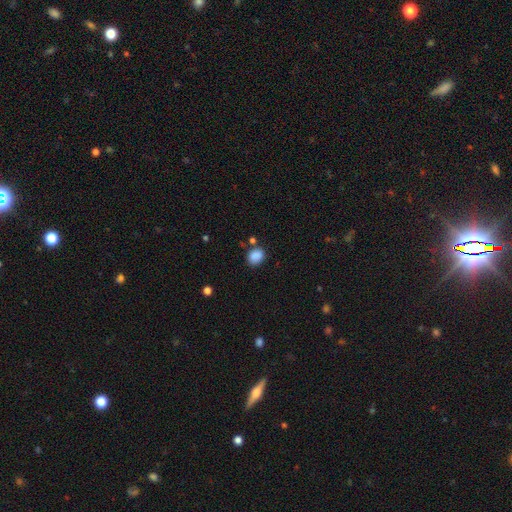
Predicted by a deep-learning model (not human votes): A smooth galaxy with no disk features (87%) that is in between round and cigar-shaped (51%). Merging: none (75%).